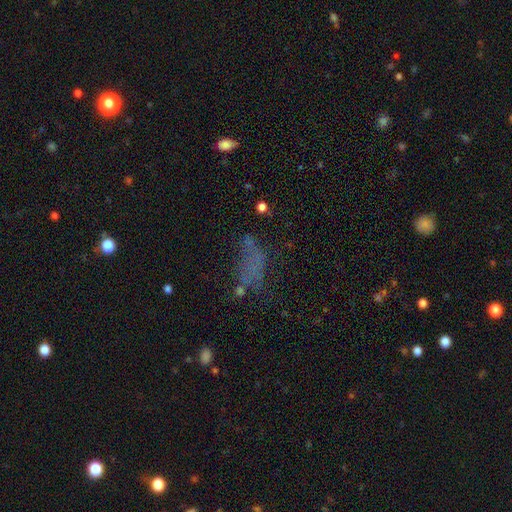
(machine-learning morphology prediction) smooth 43%, star or artifact 35%, featured or disk 22%. Down the decision tree: merging — none (45%).